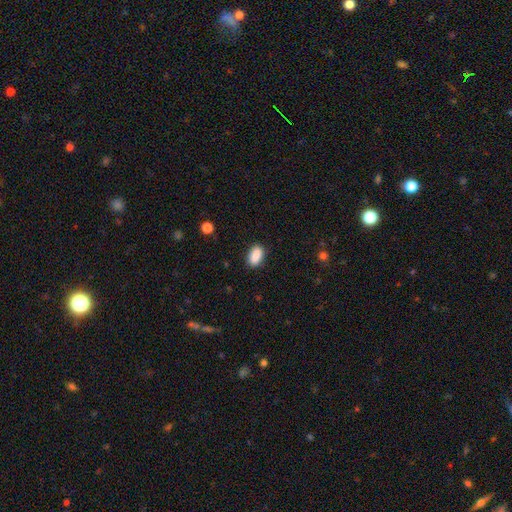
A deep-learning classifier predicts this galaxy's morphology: Smooth or featured?
  - smooth: 89% *
  - star or artifact: 7%
  - featured or disk: 3%
How rounded?
  - in between: 91% *
  - round: 6%
  - cigar-shaped: 3%
Merging?
  - none: 87% *
  - minor disturbance: 10%
  - major disturbance: 2%
  - merger: 1%